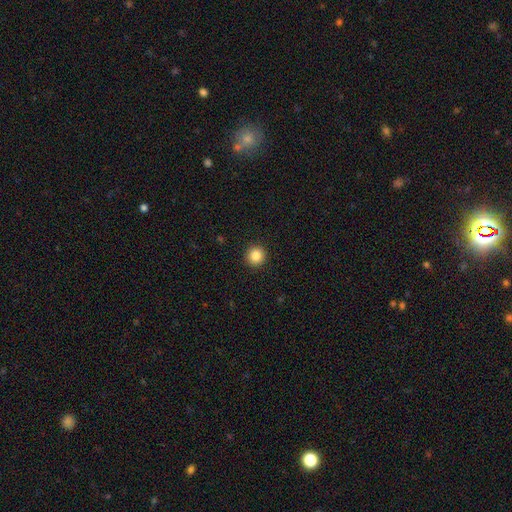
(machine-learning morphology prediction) Smooth or featured? smooth (86%)
How rounded? round (95%)
Merging? none (93%)